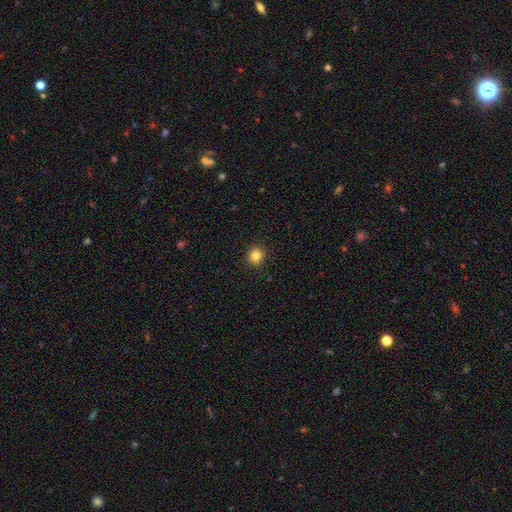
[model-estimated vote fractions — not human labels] Q: Smooth or featured?
A: smooth (84%); runner-up: star or artifact (12%)
Q: How rounded?
A: round (88%); runner-up: in between (11%)
Q: Merging?
A: none (92%); runner-up: minor disturbance (6%)